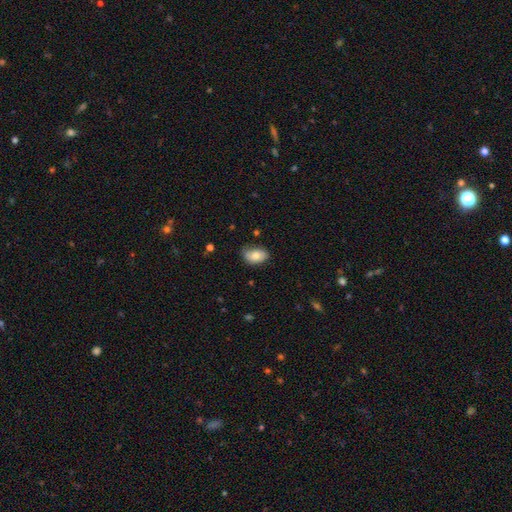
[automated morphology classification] Overall: smooth (76%). How rounded: in between (89%). Merging: none (65%; minor disturbance 28%).